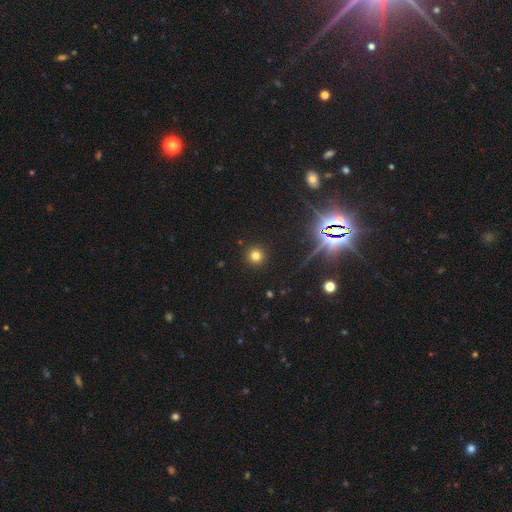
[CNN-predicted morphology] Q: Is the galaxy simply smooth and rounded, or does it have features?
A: smooth — 74%.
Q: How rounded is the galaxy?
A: round — 95%.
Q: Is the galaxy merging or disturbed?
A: none — 92%.